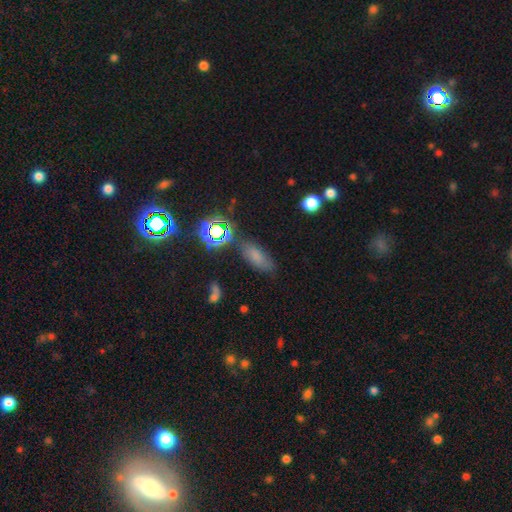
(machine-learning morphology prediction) smooth 66%, star or artifact 23%, featured or disk 11%. Down the decision tree: how rounded — in between (73%); merging — none (73%).